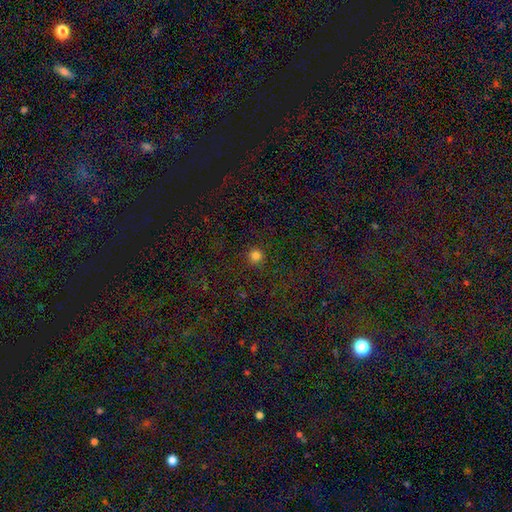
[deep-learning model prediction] This is clearly a smooth galaxy (81%). How rounded: clearly round (96%). Merging: clearly none (91%).